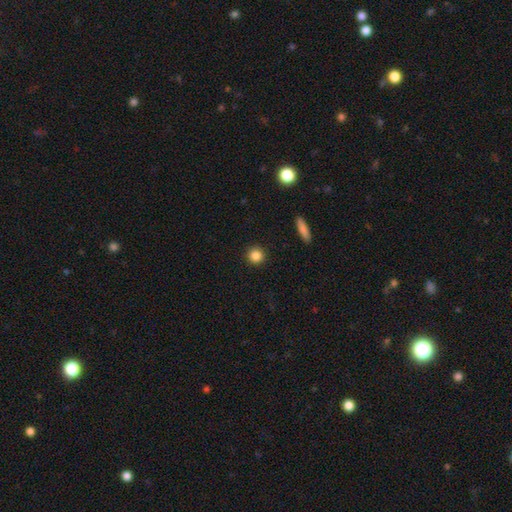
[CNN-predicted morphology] Smooth or featured: smooth — 85% (star or artifact — 10%)
How rounded: round — 94% (in between — 5%)
Merging: none — 93% (minor disturbance — 5%)